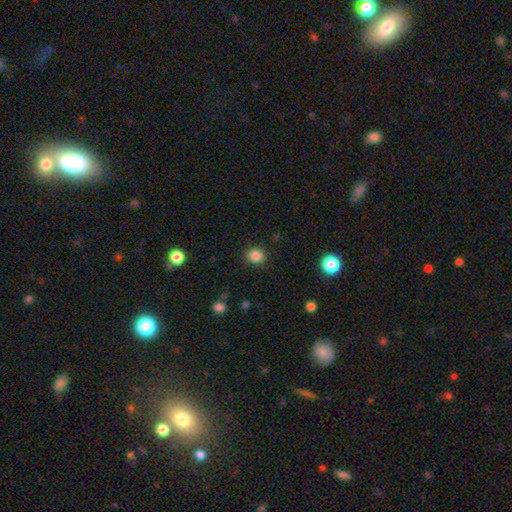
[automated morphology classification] Smooth or featured? smooth (85%)
How rounded? round (74%)
Merging? none (89%)